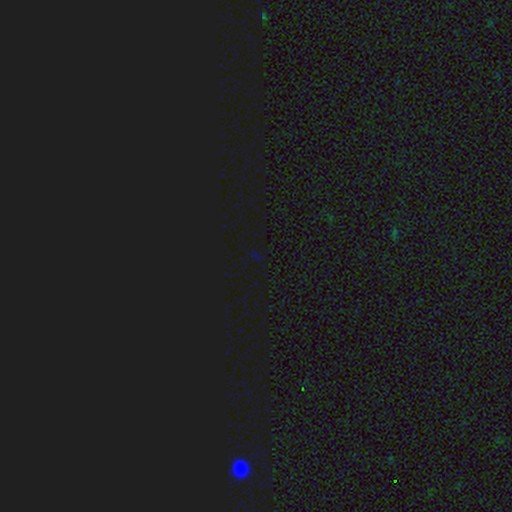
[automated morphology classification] This appears to be a star or artifact, not a galaxy (80%).